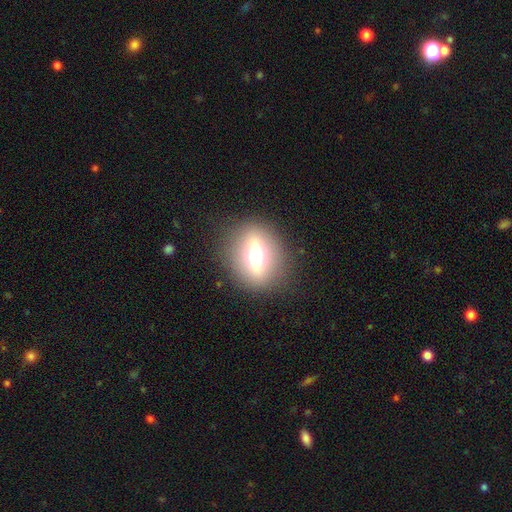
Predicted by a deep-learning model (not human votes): A smooth galaxy with no disk features (50%) that is round (61%). Merging: none (84%).